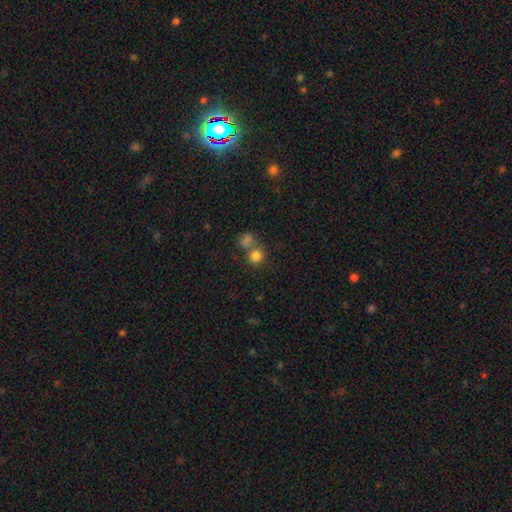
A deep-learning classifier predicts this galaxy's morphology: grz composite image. It shows a smooth galaxy with no disk features (80%) that is round (88%). Merging: none (54%).